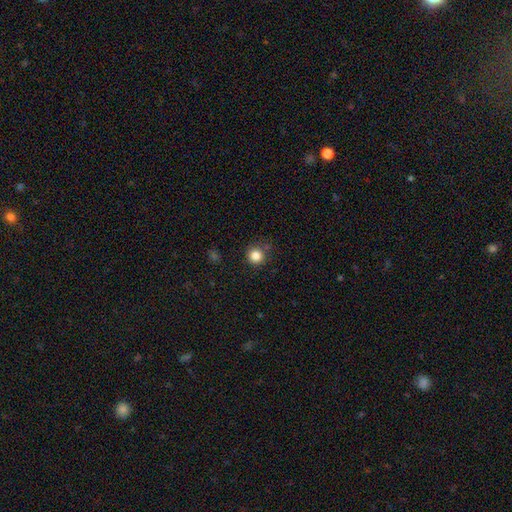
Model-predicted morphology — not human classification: Smooth or featured?
  - smooth: 84% *
  - star or artifact: 11%
  - featured or disk: 4%
How rounded?
  - round: 94% *
  - in between: 5%
  - cigar-shaped: 1%
Merging?
  - none: 85% *
  - minor disturbance: 10%
  - merger: 3%
  - major disturbance: 3%